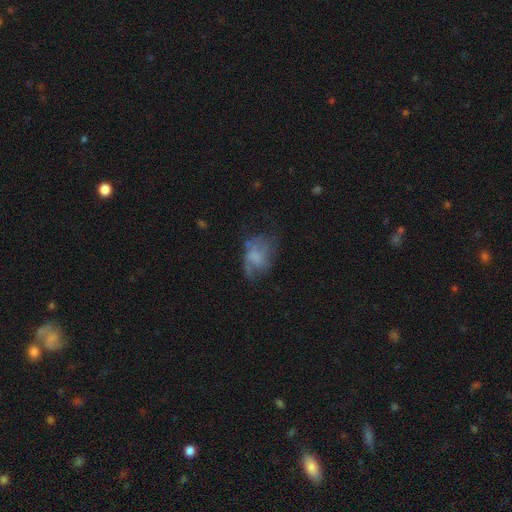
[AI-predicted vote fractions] A smooth galaxy with no disk features (44%). Merging: none (37%).